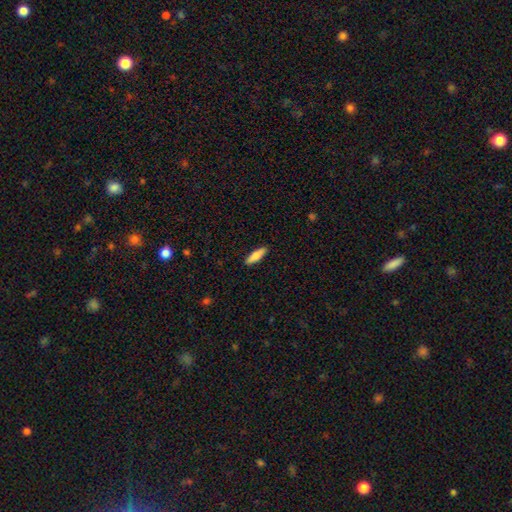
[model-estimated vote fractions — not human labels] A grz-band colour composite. It shows a smooth galaxy with no disk features (77%) that is cigar-shaped (61%). Merging: none (90%).